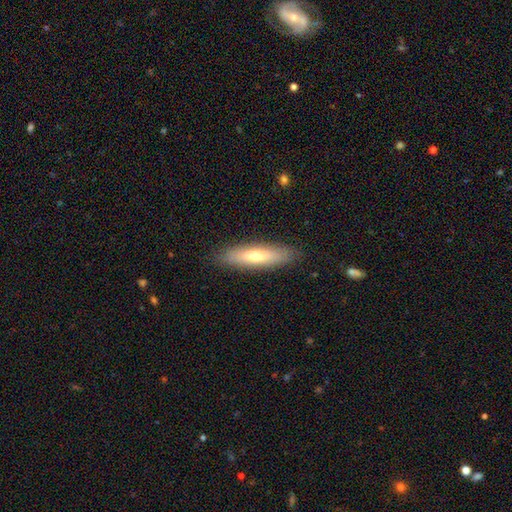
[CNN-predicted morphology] Smooth or featured? smooth (61%)
How rounded? cigar-shaped (72%)
Merging? none (88%)